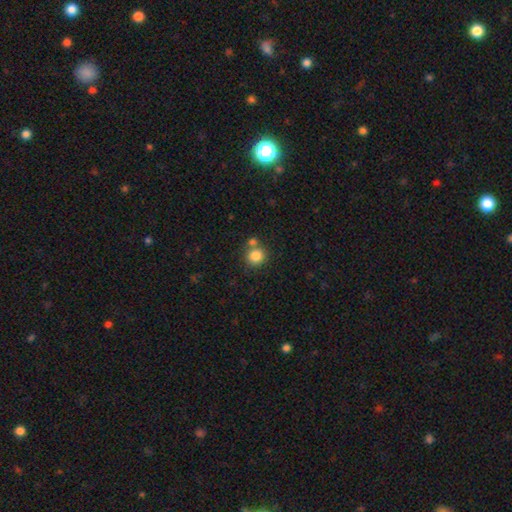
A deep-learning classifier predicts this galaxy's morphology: This is clearly a smooth galaxy (84%). How rounded: clearly round (90%). Merging: likely none (66%).